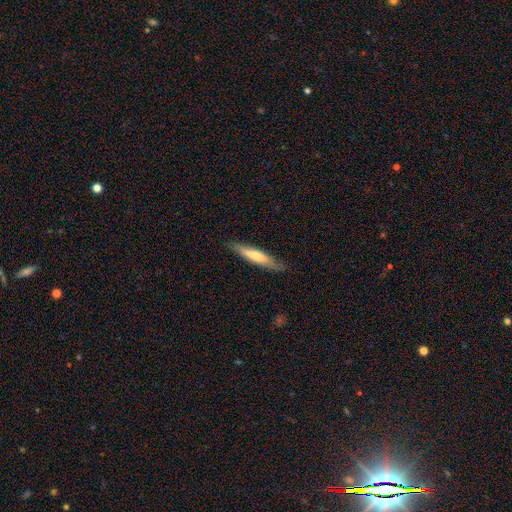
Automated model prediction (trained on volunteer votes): smooth-or-featured: smooth: 60% | featured or disk: 35% | star or artifact: 6%
  how-rounded: cigar-shaped: 87% | in between: 12% | round: 1%
  merging: none: 84% | minor disturbance: 13% | major disturbance: 2% | merger: 1%